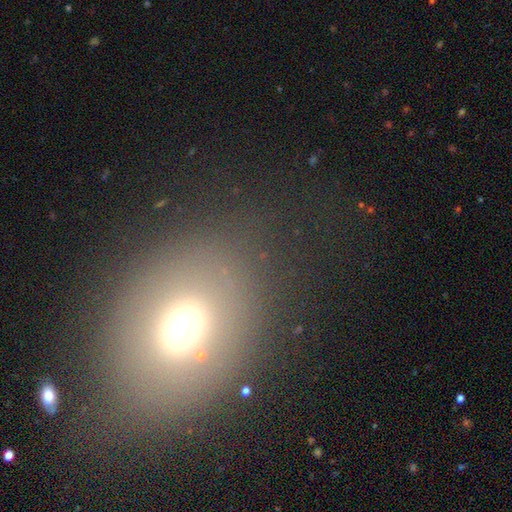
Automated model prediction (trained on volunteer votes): Morphology: type=smooth (62%); roundness=in between (60%); merging=none (73%).